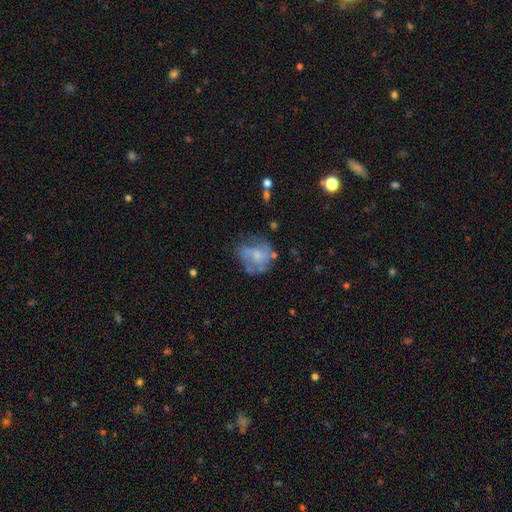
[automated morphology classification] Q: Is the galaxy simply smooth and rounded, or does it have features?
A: featured or disk — 53%.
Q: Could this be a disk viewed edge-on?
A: no — 98%.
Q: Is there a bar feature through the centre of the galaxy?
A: no — 77%.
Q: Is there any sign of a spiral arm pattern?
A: no — 54%.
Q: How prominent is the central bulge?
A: small — 32%, tied with moderate.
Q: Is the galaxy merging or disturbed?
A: none — 51%.